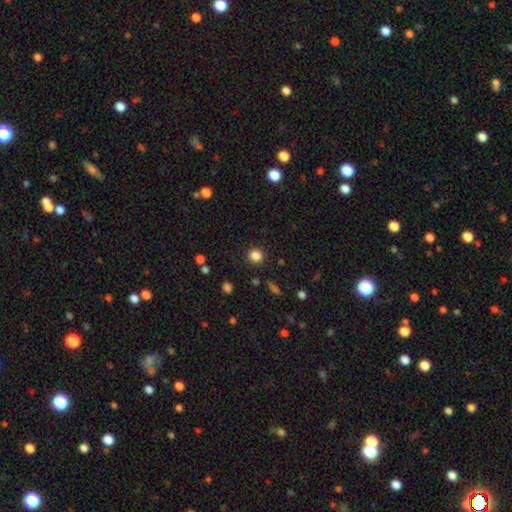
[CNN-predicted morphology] smooth-or-featured: smooth: 84% | star or artifact: 12% | featured or disk: 4%
  how-rounded: round: 92% | in between: 7% | cigar-shaped: 1%
  merging: none: 90% | minor disturbance: 6% | major disturbance: 2% | merger: 2%